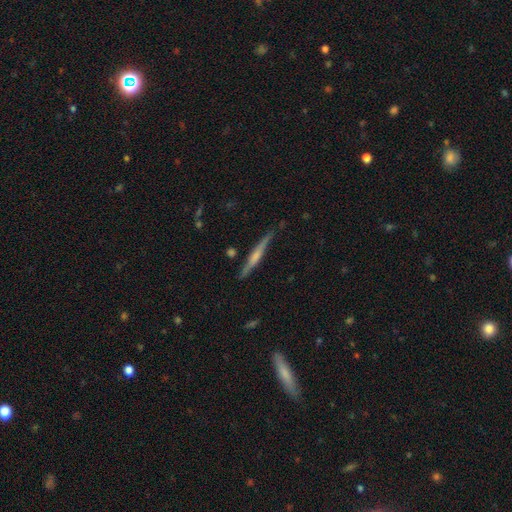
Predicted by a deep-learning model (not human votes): Smooth or featured?
  - featured or disk: 66% *
  - smooth: 28%
  - star or artifact: 6%
Edge-on disk?
  - yes: 97% *
  - no: 3%
Edge-on bulge?
  - rounded: 57% *
  - none: 26%
  - boxy: 18%
Merging?
  - none: 85% *
  - minor disturbance: 11%
  - major disturbance: 2%
  - merger: 2%